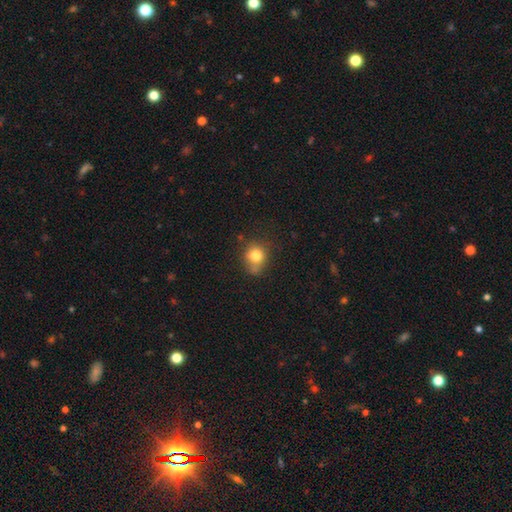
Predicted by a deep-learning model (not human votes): smooth_or_featured: smooth (p=0.79) [alt: star or artifact p=0.12]
how_rounded: round (p=0.76) [alt: in between p=0.23]
merging: none (p=0.61) [alt: minor disturbance p=0.24]